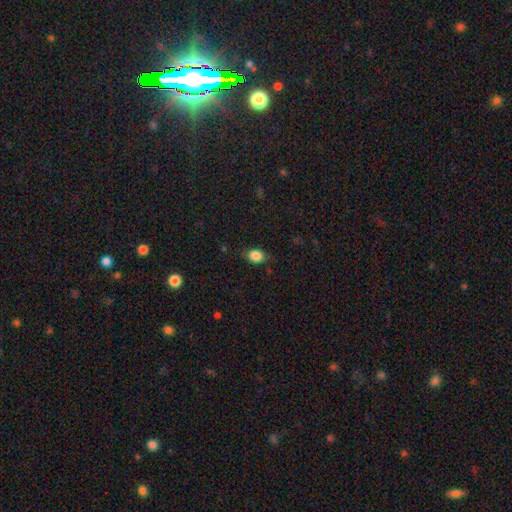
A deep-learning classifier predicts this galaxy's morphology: Q: Smooth or featured?
A: smooth (85%); runner-up: star or artifact (9%)
Q: How rounded?
A: in between (65%); runner-up: round (33%)
Q: Merging?
A: none (77%); runner-up: minor disturbance (18%)